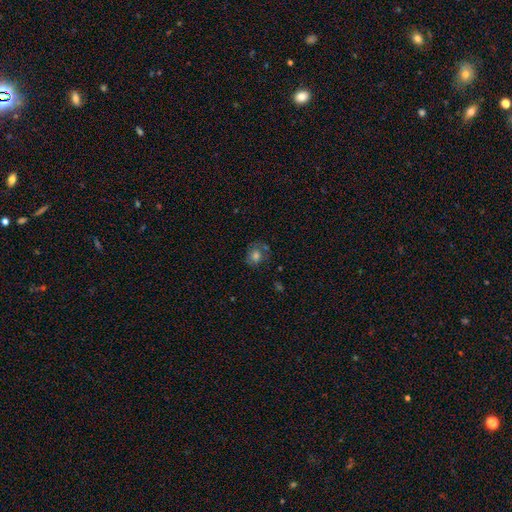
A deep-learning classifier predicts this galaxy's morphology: smooth-or-featured: smooth: 66% | featured or disk: 22% | star or artifact: 12%
  how-rounded: round: 75% | in between: 24% | cigar-shaped: 1%
  merging: none: 65% | minor disturbance: 21% | major disturbance: 10% | merger: 4%